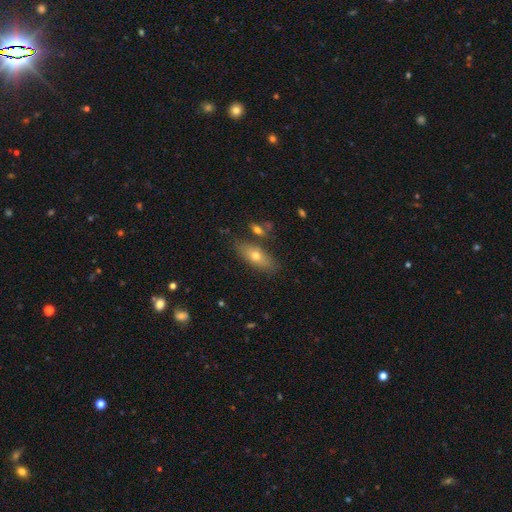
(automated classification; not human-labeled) Smooth or featured? Predicted: smooth (p=0.64). How rounded? Predicted: in between (p=0.70). Merging? Predicted: none (p=0.78).